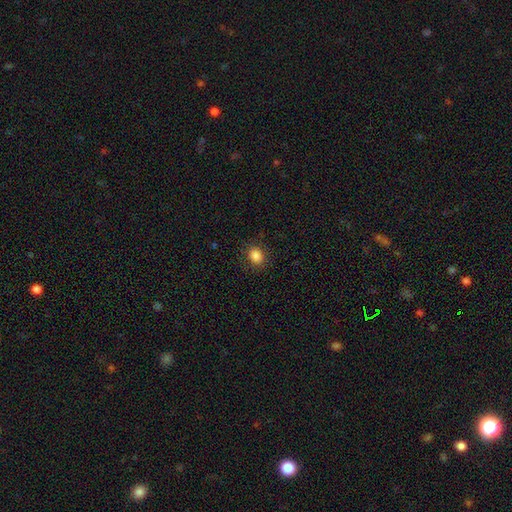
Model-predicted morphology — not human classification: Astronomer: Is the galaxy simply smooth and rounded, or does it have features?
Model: smooth — 85%.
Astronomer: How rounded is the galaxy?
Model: round — 58% (runner-up: in between, 41%).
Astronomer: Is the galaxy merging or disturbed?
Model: none — 87%.